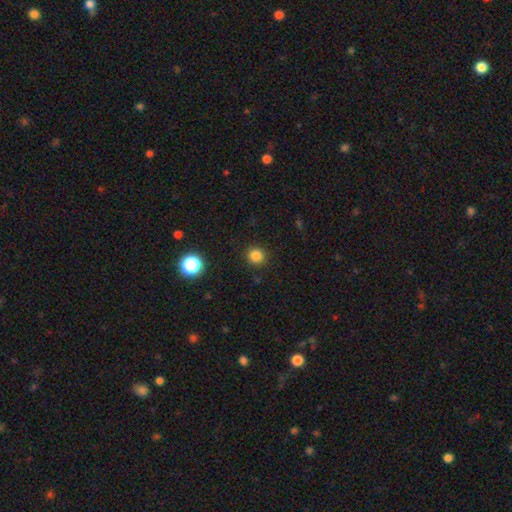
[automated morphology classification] Overall: smooth (83%). How rounded: round (92%). Merging: none (91%).